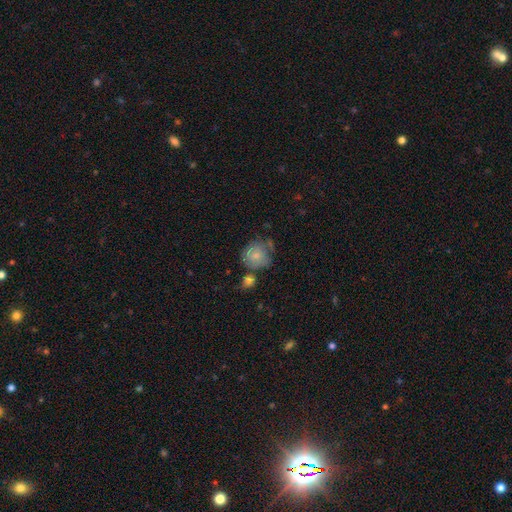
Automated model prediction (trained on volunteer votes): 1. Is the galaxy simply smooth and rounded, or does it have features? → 63% smooth, 29% featured or disk, 8% star or artifact.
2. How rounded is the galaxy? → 79% round, 20% in between, 1% cigar-shaped.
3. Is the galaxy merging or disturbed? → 46% none, 26% minor disturbance, 16% merger, 12% major disturbance.